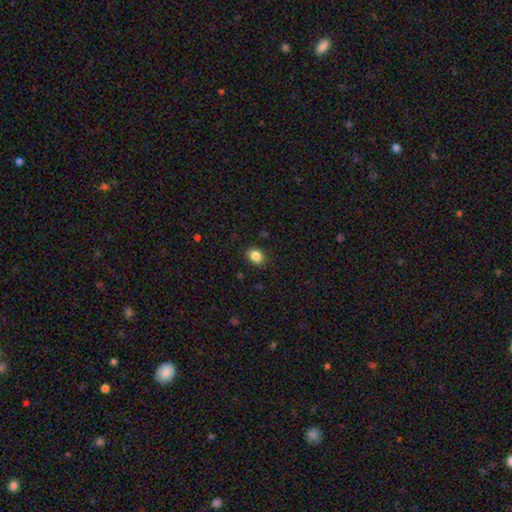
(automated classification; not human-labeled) The model was most divided on "how rounded": in between: 57%, round: 42%, cigar-shaped: 1%. More confident: merging — none (88%); smooth or featured — smooth (85%).